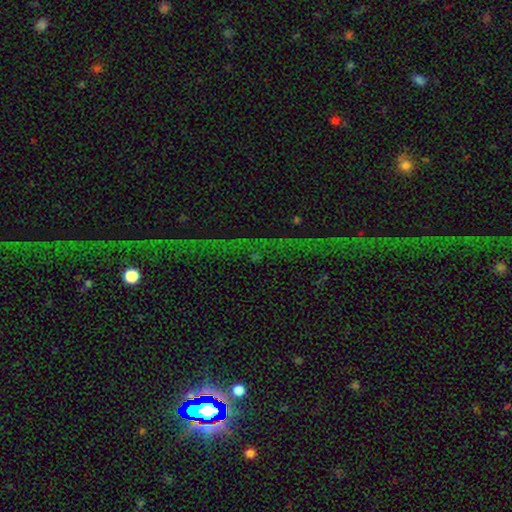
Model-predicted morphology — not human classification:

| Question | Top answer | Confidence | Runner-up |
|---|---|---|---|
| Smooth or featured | star or artifact | 74% | featured or disk (13%) |